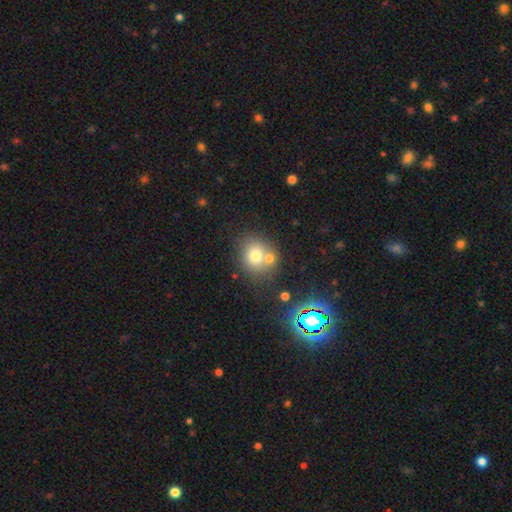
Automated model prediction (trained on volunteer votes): Morphology: type=smooth (71%); roundness=round (79%); merging=none (49%).